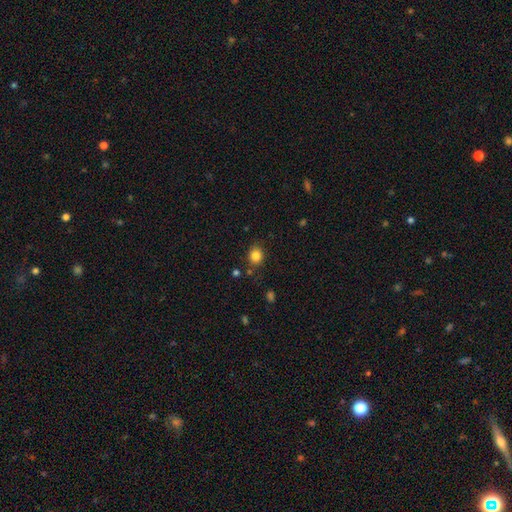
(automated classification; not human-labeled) Overall: smooth (84%). How rounded: round (70%; in between 30%). Merging: none (80%).